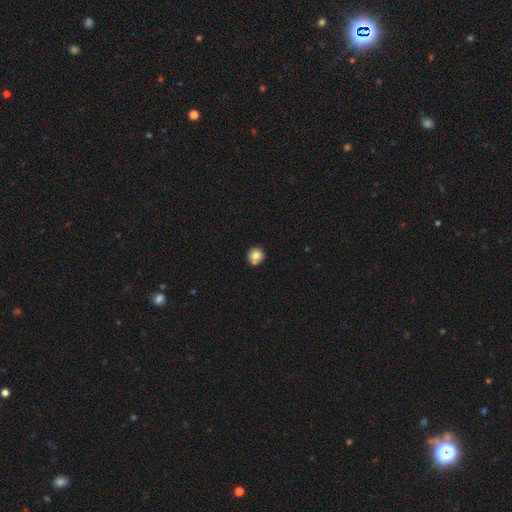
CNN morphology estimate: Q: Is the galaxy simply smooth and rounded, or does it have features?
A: smooth — 79%.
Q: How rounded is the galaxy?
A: round — 91%.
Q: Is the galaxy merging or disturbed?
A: none — 67%.